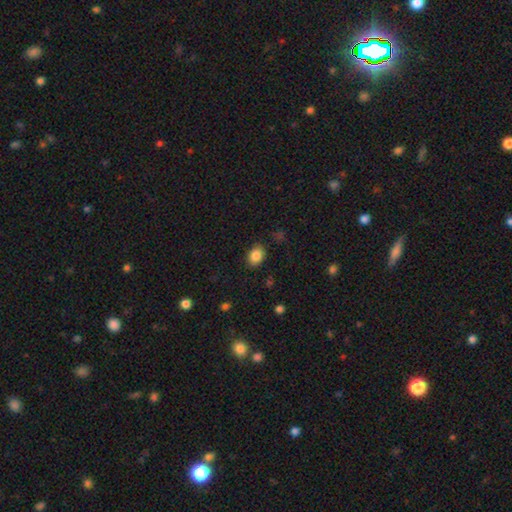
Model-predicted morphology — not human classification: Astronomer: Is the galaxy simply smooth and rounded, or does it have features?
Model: smooth — 86%.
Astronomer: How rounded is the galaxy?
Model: in between — 72%.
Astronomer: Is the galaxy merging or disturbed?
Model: none — 84%.